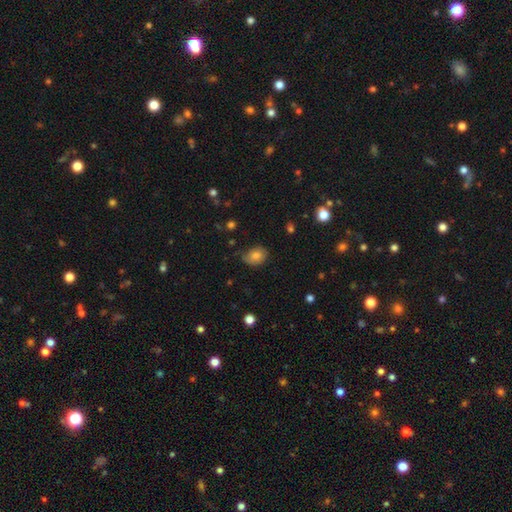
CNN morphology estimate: type=smooth (75%); roundness=in between (63%); merging=none (63%).